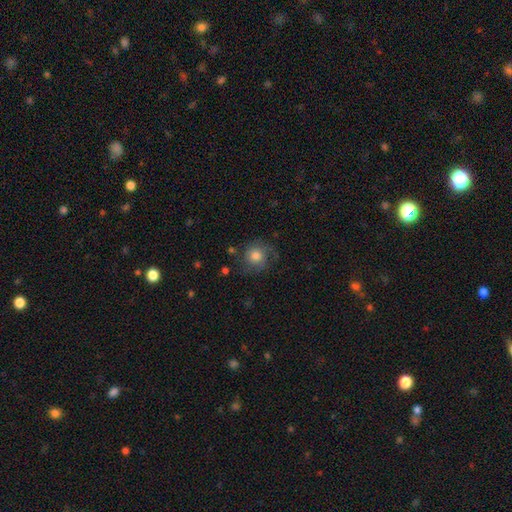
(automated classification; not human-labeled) This appears to be a smooth galaxy with no disk features (74%) that is round (89%). Merging: none (70%).